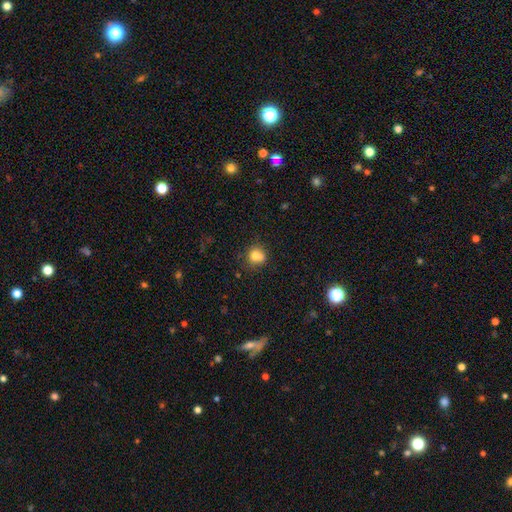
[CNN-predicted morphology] This is likely a smooth galaxy (75%). How rounded: likely round (79%). Merging: possibly none (51%).